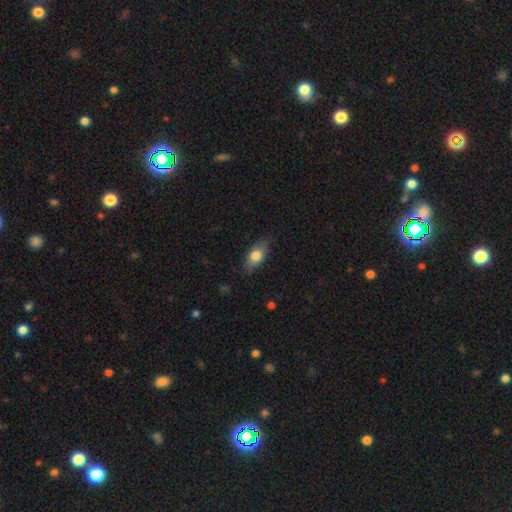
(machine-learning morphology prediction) smooth_or_featured: smooth (p=0.73) [alt: featured or disk p=0.21]
how_rounded: in between (p=0.84) [alt: cigar-shaped p=0.10]
merging: none (p=0.82) [alt: minor disturbance p=0.15]